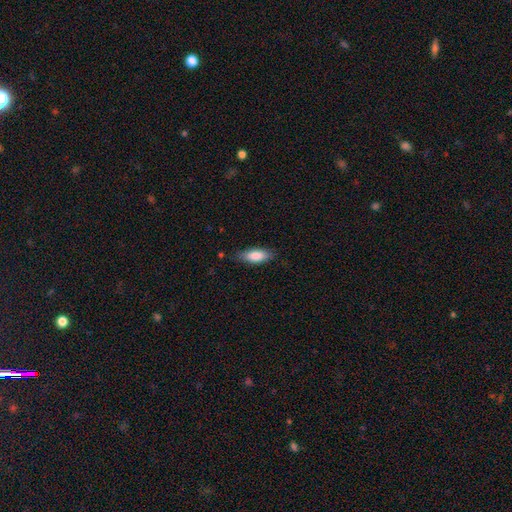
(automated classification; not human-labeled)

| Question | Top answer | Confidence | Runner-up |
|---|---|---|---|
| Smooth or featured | smooth | 83% | featured or disk (11%) |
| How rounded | in between | 73% | cigar-shaped (25%) |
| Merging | none | 79% | minor disturbance (16%) |